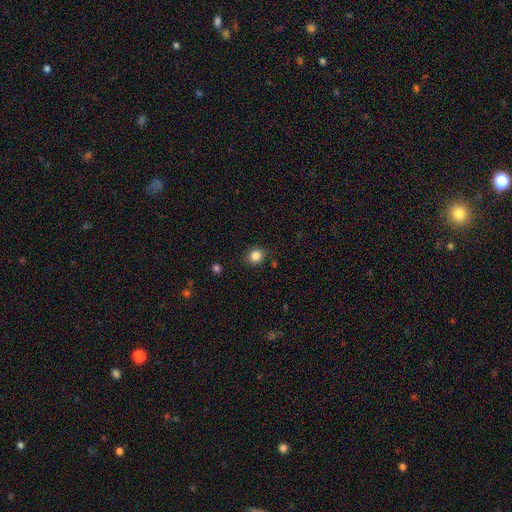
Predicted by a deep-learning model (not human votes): This is clearly a smooth galaxy (84%). How rounded: clearly round (81%). Merging: clearly none (87%).